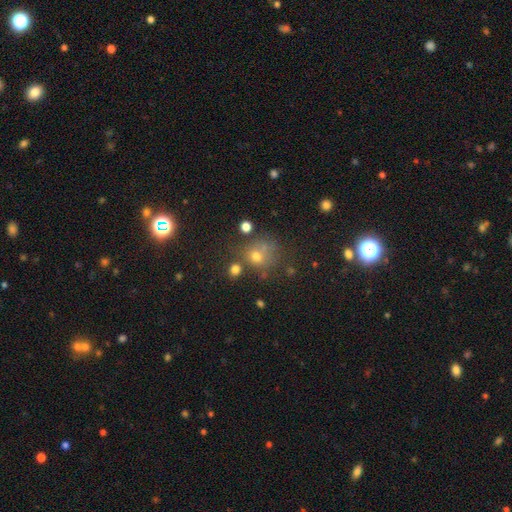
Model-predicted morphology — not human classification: Smooth or featured: smooth — 56% (star or artifact — 31%)
How rounded: round — 80% (in between — 19%)
Merging: none — 59% (minor disturbance — 16%)